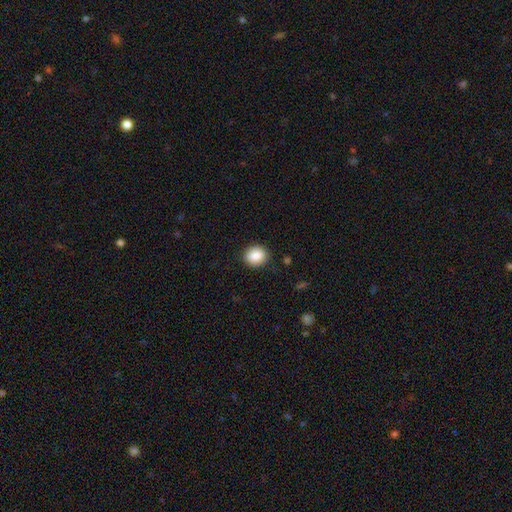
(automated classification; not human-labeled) Smooth or featured?
  - smooth: 87% *
  - star or artifact: 8%
  - featured or disk: 5%
How rounded?
  - round: 71% *
  - in between: 28%
  - cigar-shaped: 1%
Merging?
  - none: 89% *
  - minor disturbance: 8%
  - major disturbance: 2%
  - merger: 1%